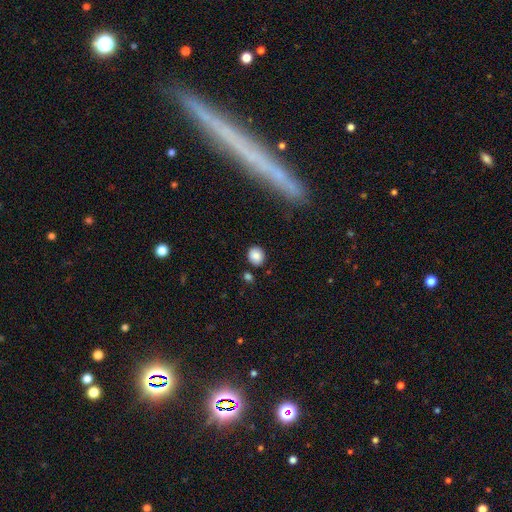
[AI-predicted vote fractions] This appears to be a smooth galaxy with no disk features (85%) that is round (72%). Merging: none (82%).